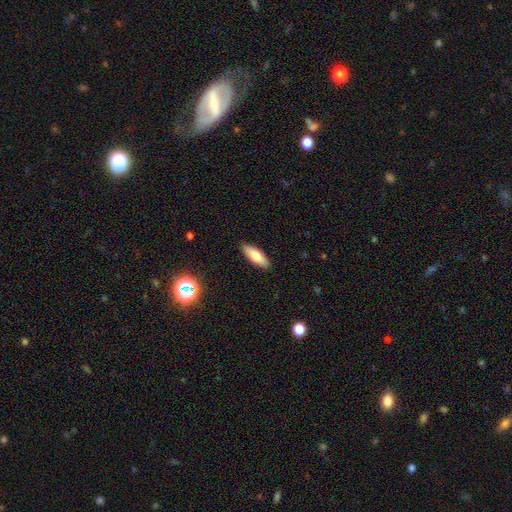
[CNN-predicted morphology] The model was most divided on "how rounded": in between: 66%, cigar-shaped: 32%, round: 2%. More confident: merging — none (89%); smooth or featured — smooth (77%).